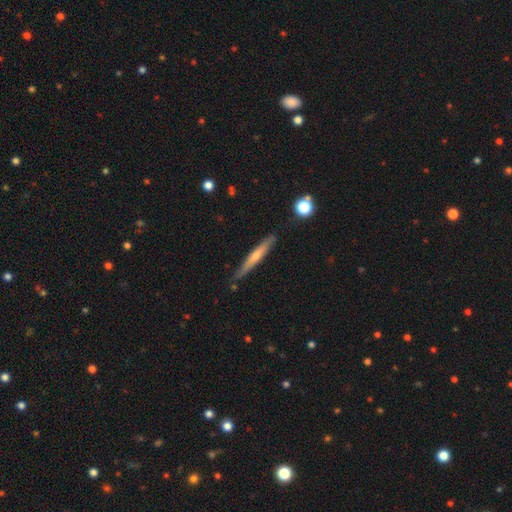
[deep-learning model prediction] Smooth or featured? Predicted: featured or disk (p=0.62). Edge-on disk? Predicted: yes (p=0.95). Edge-on bulge? Predicted: rounded (p=0.65). Merging? Predicted: none (p=0.86).